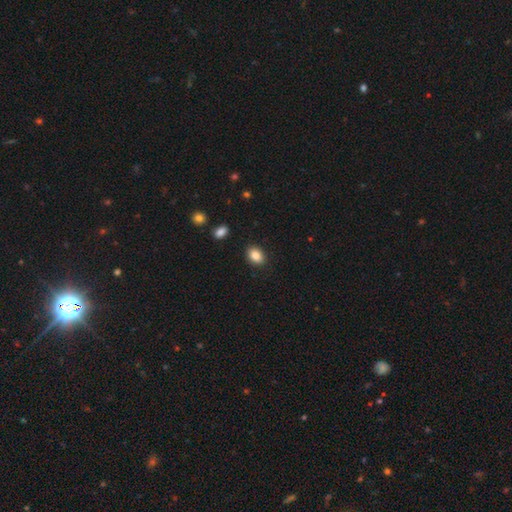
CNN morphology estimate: smooth 86%, star or artifact 8%, featured or disk 5%. Down the decision tree: how rounded — in between (76%); merging — none (88%).